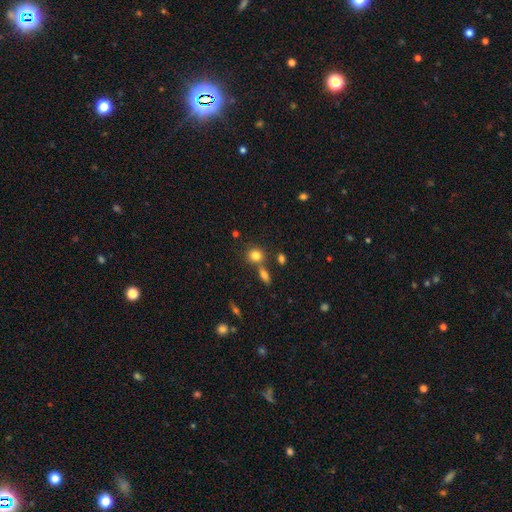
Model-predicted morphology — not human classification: Smooth or featured: smooth — 80% (star or artifact — 11%)
How rounded: round — 77% (in between — 22%)
Merging: none — 63% (merger — 23%)